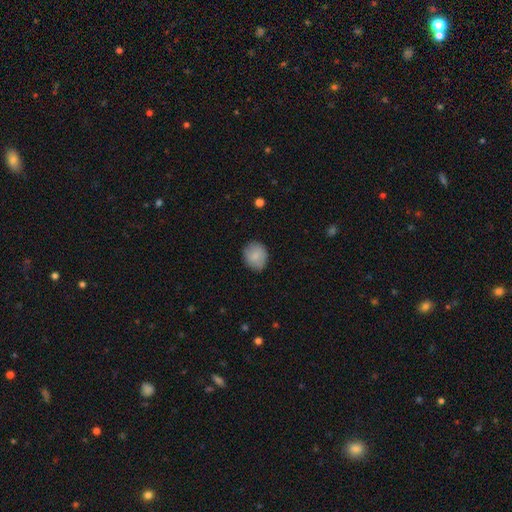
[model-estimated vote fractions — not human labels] Overall: smooth (85%). How rounded: round (68%; in between 31%). Merging: none (82%).